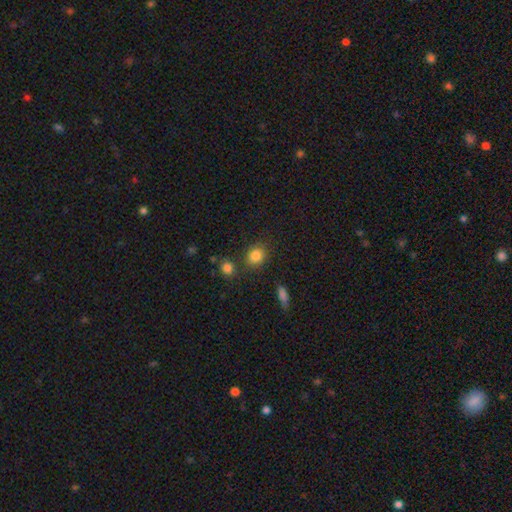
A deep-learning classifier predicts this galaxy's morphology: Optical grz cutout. It shows a smooth galaxy with no disk features (84%) that is round (66%). Merging: none (79%).